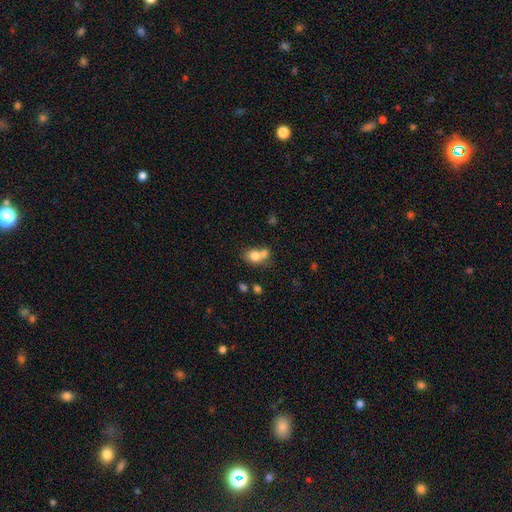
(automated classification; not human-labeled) Smooth or featured?
  - smooth: 77% *
  - featured or disk: 14%
  - star or artifact: 10%
How rounded?
  - in between: 52% *
  - round: 47%
  - cigar-shaped: 1%
Merging?
  - merger: 54% *
  - none: 32%
  - minor disturbance: 10%
  - major disturbance: 5%